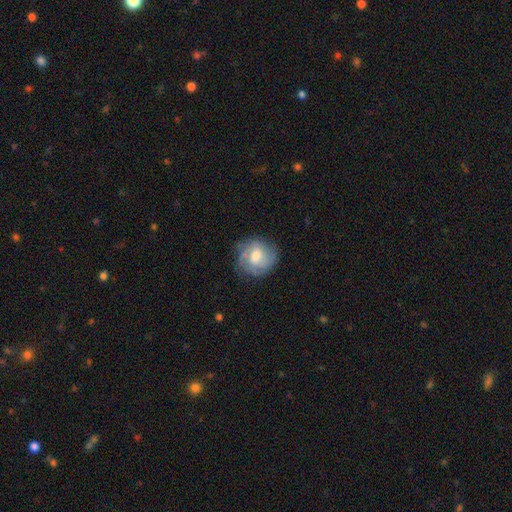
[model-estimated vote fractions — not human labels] Morphology: type=featured or disk (49%); merging=none (70%).